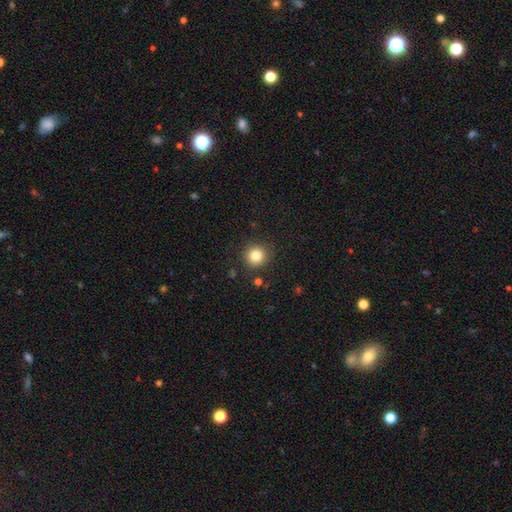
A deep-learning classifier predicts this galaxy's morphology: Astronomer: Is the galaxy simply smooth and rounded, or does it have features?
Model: smooth — 83%.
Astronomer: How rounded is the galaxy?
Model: round — 93%.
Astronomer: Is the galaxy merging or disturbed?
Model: none — 88%.